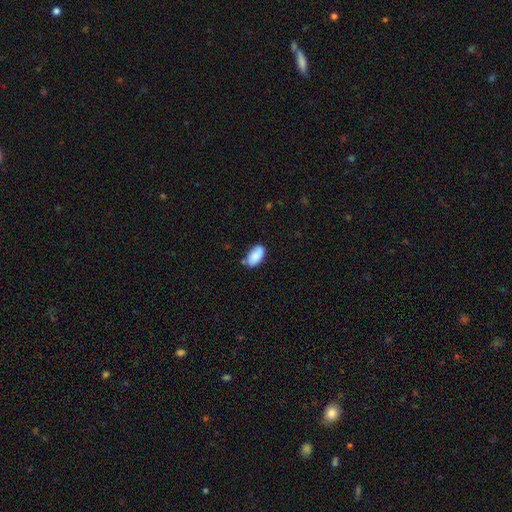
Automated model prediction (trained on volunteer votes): smooth 87%, star or artifact 7%, featured or disk 7%. Down the decision tree: how rounded — in between (94%); merging — none (72%).